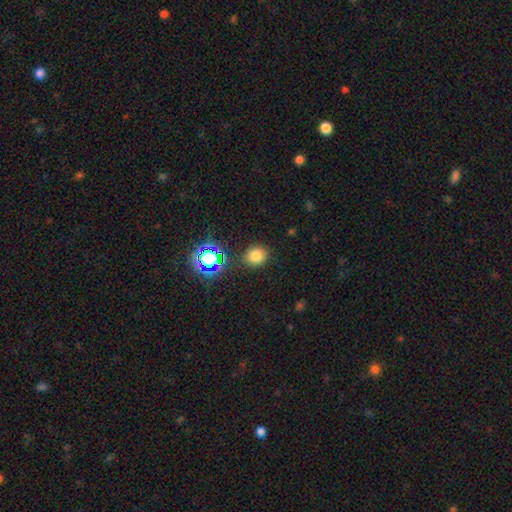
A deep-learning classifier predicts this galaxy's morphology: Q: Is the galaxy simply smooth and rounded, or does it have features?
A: smooth — 74%.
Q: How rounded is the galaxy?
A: round — 72%.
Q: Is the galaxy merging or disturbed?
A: none — 86%.